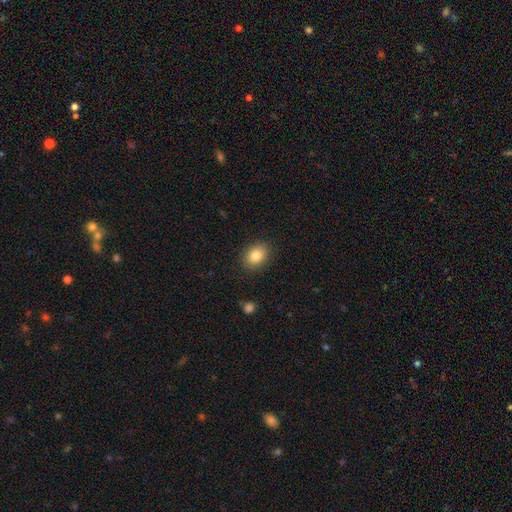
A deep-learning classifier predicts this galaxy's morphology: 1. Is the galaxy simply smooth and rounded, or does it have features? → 83% smooth, 9% star or artifact, 8% featured or disk.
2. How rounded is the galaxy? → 64% in between, 35% round, 1% cigar-shaped.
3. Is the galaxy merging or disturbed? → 87% none, 10% minor disturbance, 2% major disturbance, 1% merger.